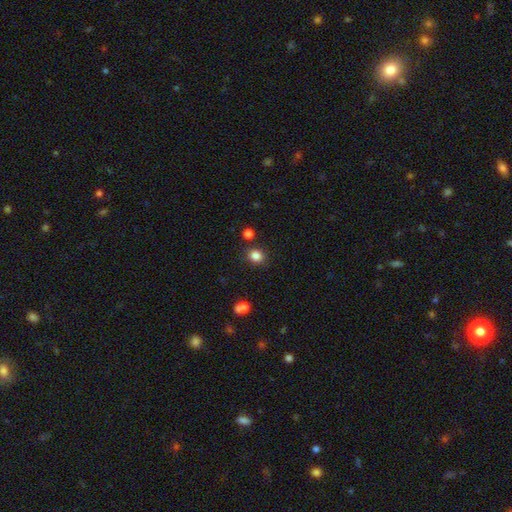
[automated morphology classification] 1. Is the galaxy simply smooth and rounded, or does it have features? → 83% smooth, 12% star or artifact, 4% featured or disk.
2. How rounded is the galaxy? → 74% round, 26% in between, 1% cigar-shaped.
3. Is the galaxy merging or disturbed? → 84% none, 8% minor disturbance, 5% merger, 3% major disturbance.